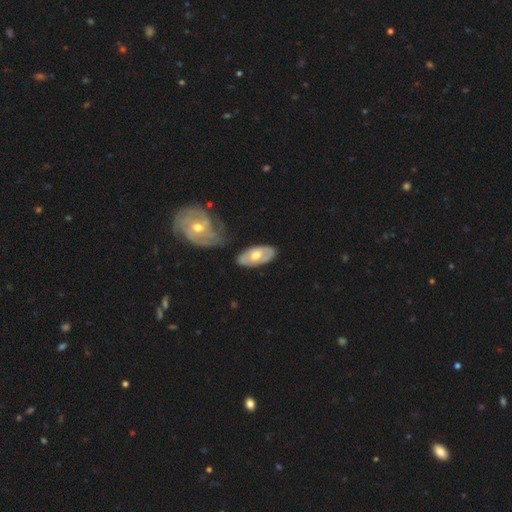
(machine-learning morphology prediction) Smooth or featured? featured or disk (55%)
Edge-on disk? no (88%)
Merging? none (70%)